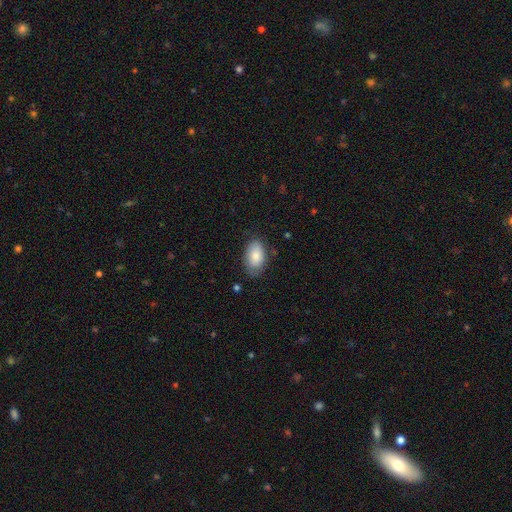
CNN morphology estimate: smooth 81%, featured or disk 12%, star or artifact 7%. Down the decision tree: how rounded — in between (93%); merging — none (73%).